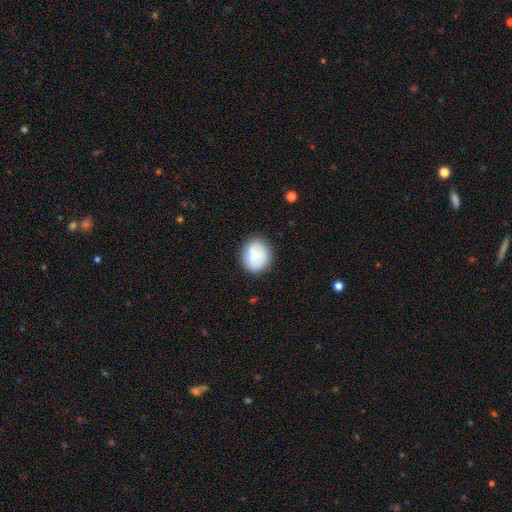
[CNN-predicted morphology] smooth 79%, featured or disk 14%, star or artifact 7%. Down the decision tree: how rounded — round (71%); merging — none (84%).